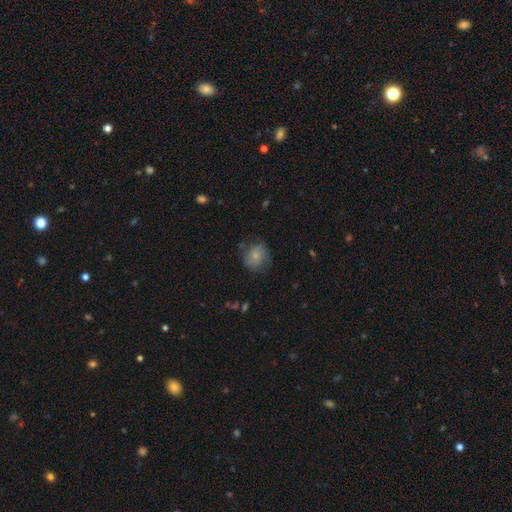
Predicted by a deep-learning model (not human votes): Q: Smooth or featured?
A: smooth (71%); runner-up: featured or disk (20%)
Q: How rounded?
A: round (74%); runner-up: in between (25%)
Q: Merging?
A: none (64%); runner-up: minor disturbance (24%)